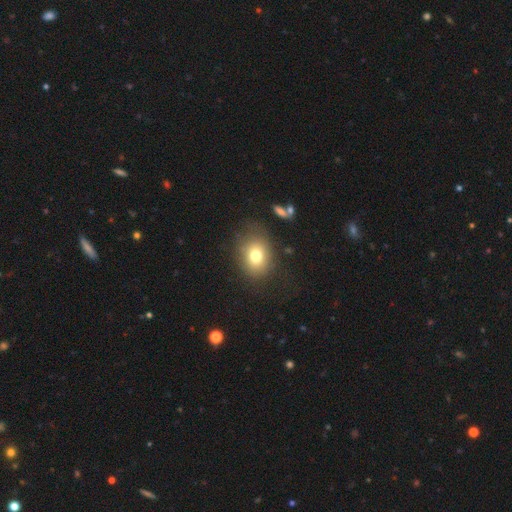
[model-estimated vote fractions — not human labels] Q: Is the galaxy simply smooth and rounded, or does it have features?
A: smooth — 75%.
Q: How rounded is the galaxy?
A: round — 52%.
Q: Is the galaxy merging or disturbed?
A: none — 76%.